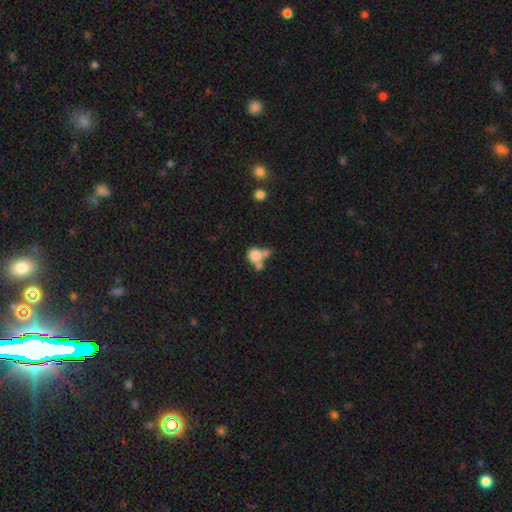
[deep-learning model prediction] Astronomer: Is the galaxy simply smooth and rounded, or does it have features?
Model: smooth — 73%.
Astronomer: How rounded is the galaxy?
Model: round — 71%.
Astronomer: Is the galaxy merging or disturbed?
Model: merger — 54%.